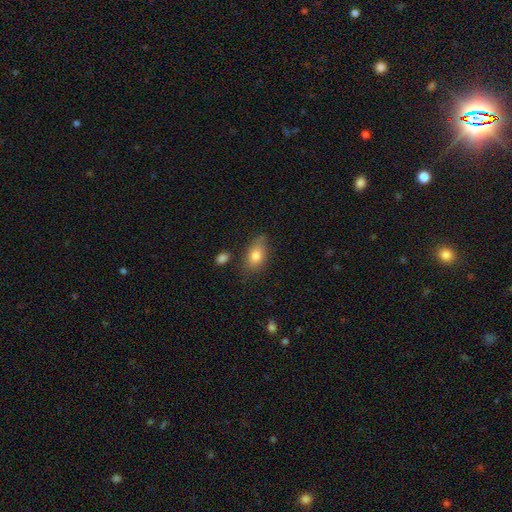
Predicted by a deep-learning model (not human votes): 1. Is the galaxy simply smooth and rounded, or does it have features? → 80% smooth, 12% featured or disk, 8% star or artifact.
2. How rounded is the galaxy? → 85% in between, 13% round, 3% cigar-shaped.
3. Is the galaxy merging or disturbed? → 70% none, 21% minor disturbance, 5% major disturbance, 4% merger.